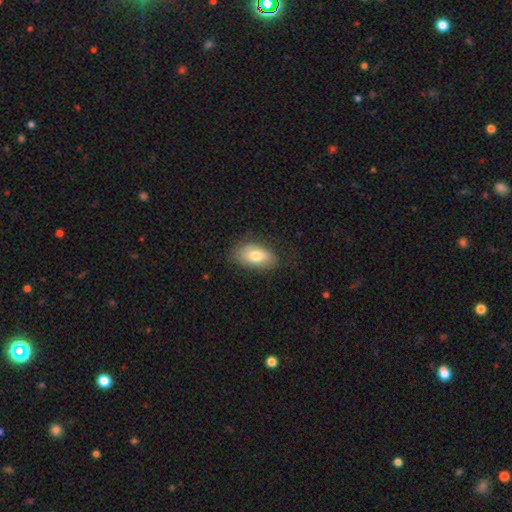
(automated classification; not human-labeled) Overall: smooth (75%). How rounded: in between (91%). Merging: none (73%).